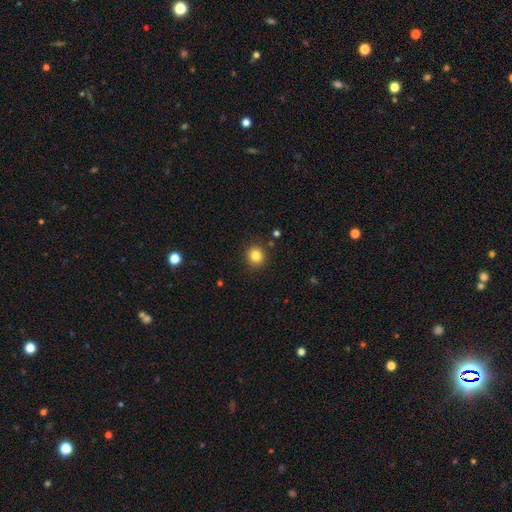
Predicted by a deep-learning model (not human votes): A smooth galaxy with no disk features (83%) that is round (91%). Merging: none (90%).